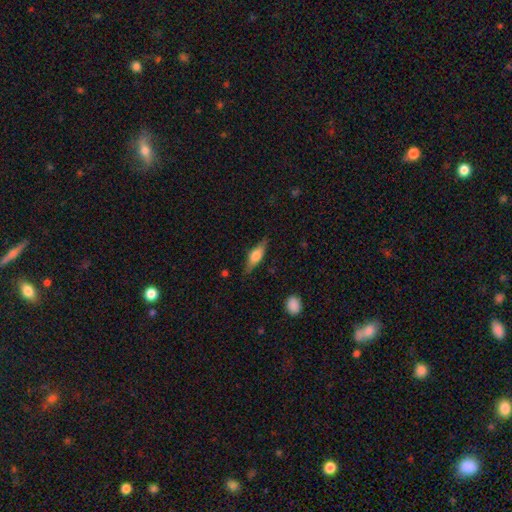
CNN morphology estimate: Overall: featured or disk (49%; smooth 45%). Merging: none (81%).